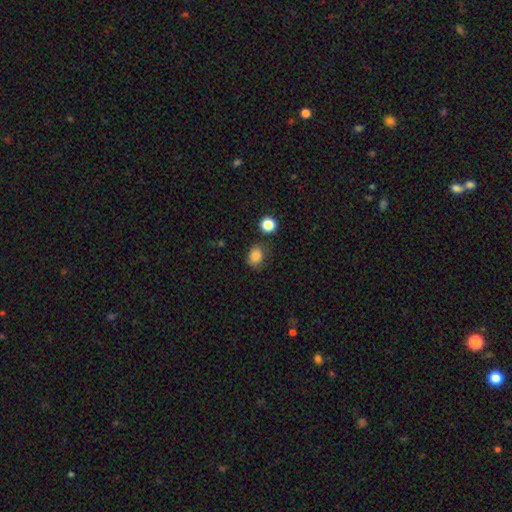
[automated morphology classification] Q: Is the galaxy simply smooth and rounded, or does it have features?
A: smooth — 84%.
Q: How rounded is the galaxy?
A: round — 51%.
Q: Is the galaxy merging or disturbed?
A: none — 68%.